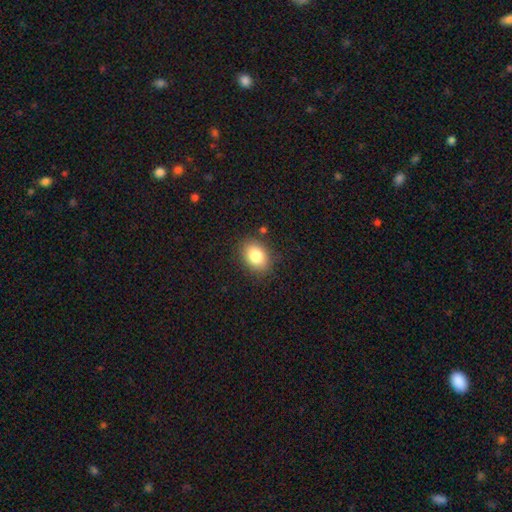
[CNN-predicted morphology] smooth-or-featured: smooth: 83% | star or artifact: 8% | featured or disk: 8%
  how-rounded: in between: 75% | round: 24% | cigar-shaped: 1%
  merging: none: 84% | minor disturbance: 11% | major disturbance: 3% | merger: 2%